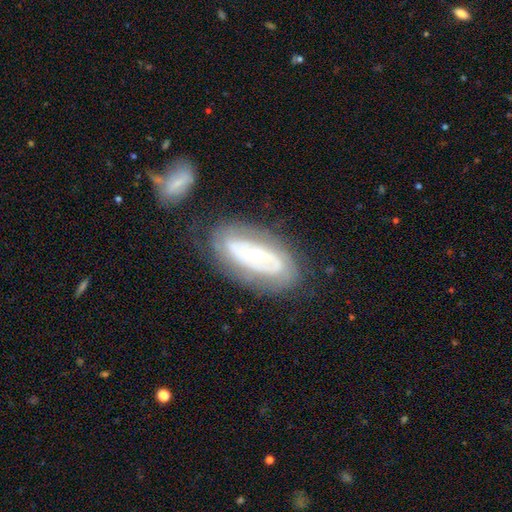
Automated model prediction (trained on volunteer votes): smooth_or_featured: featured or disk (p=0.80) [alt: smooth p=0.14]
disk_edge_on: no (p=0.91) [alt: yes p=0.09]
bar: strong (p=0.42) [alt: weak p=0.31]
has_spiral_arms: yes (p=0.76) [alt: no p=0.24]
spiral_winding: tight (p=0.60) [alt: medium p=0.28]
spiral_arm_count: 2 (p=0.54) [alt: can't tell p=0.31]
bulge_size: small (p=0.48) [alt: moderate p=0.47]
merging: none (p=0.75) [alt: minor disturbance p=0.15]